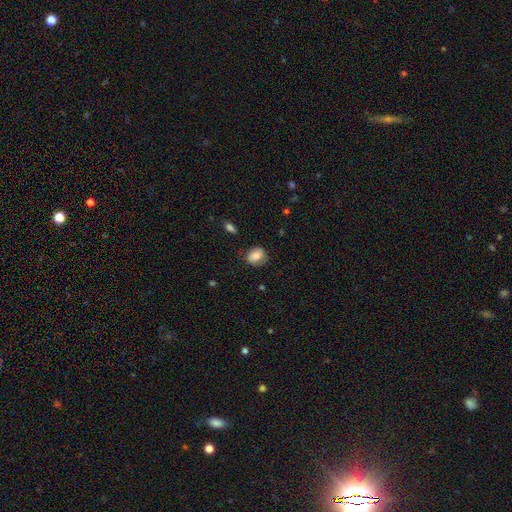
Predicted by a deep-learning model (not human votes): Smooth or featured? smooth (80%)
How rounded? round (60%)
Merging? none (79%)